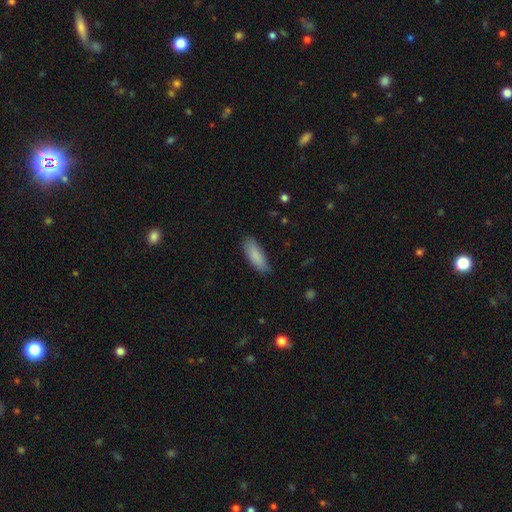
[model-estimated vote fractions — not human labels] The model was most divided on "how rounded": in between: 63%, cigar-shaped: 35%, round: 2%. More confident: smooth or featured — smooth (88%); merging — none (85%).